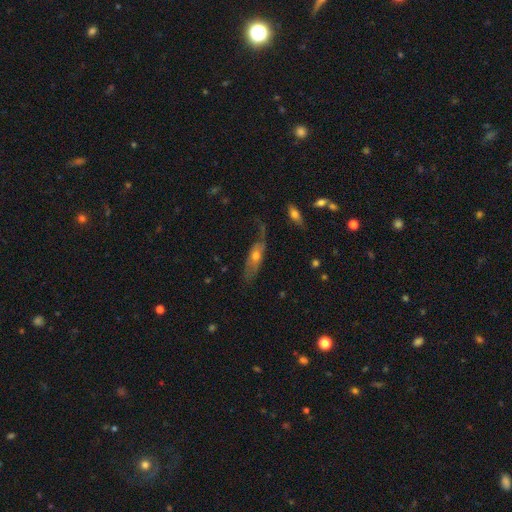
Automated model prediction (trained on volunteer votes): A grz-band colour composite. It shows a featured or disk galaxy (51%). Merging: none (47%).